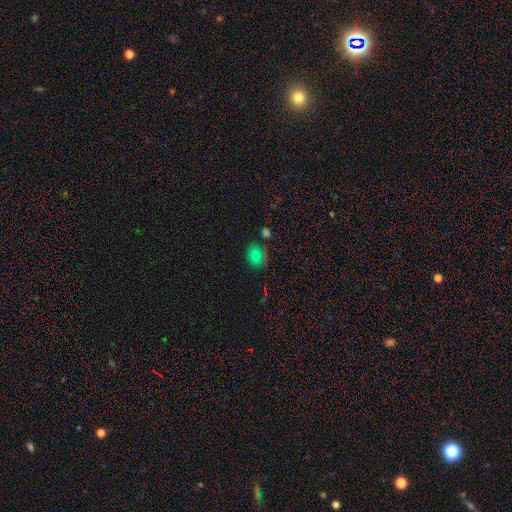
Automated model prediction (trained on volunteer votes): Smooth or featured: smooth — 67% (star or artifact — 20%)
How rounded: round — 56% (in between — 43%)
Merging: none — 71% (minor disturbance — 17%)